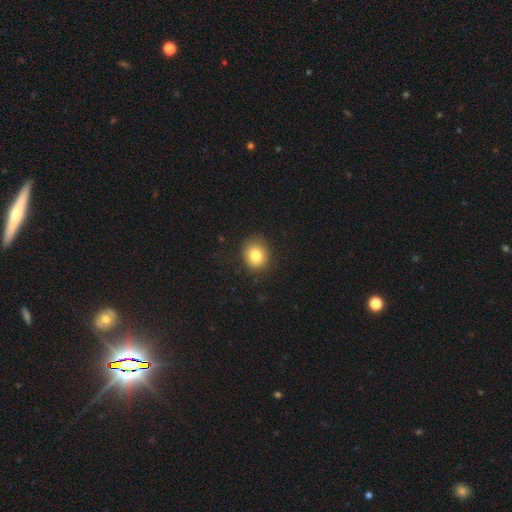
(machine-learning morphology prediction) Smooth or featured: smooth — 81% (star or artifact — 10%)
How rounded: round — 74% (in between — 25%)
Merging: none — 86% (minor disturbance — 10%)